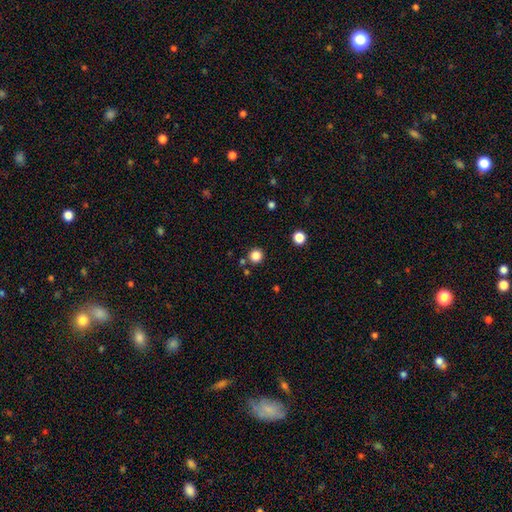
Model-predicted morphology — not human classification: Q: Smooth or featured?
A: smooth (83%); runner-up: star or artifact (13%)
Q: How rounded?
A: round (95%); runner-up: in between (4%)
Q: Merging?
A: none (87%); runner-up: minor disturbance (6%)